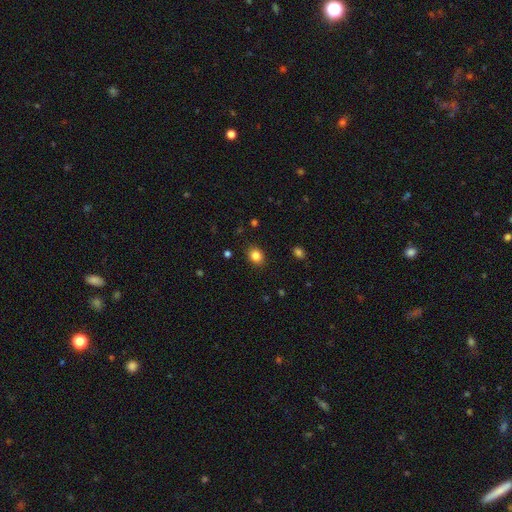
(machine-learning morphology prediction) A smooth galaxy with no disk features (84%) that is round (55%). Merging: none (88%).